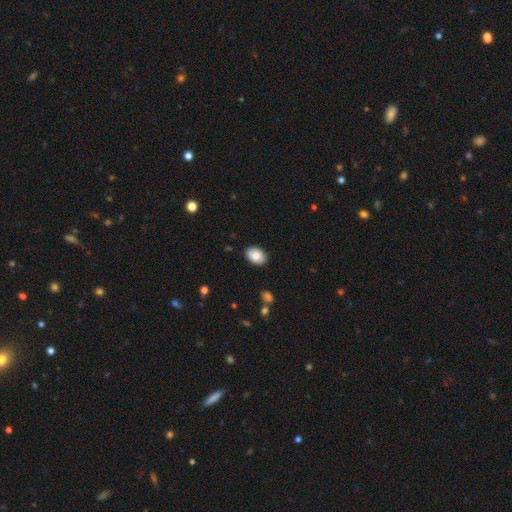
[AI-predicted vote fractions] A smooth galaxy with no disk features (87%) that is in between round and cigar-shaped (83%). Merging: none (88%).